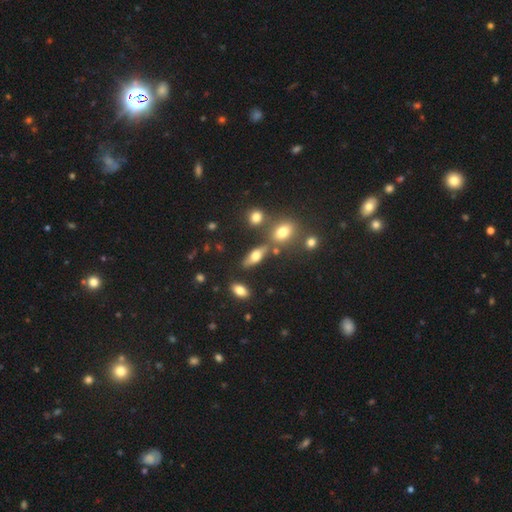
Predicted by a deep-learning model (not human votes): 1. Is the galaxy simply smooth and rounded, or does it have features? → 57% smooth, 32% featured or disk, 11% star or artifact.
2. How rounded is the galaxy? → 65% in between, 27% cigar-shaped, 8% round.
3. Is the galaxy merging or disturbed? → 70% none, 13% minor disturbance, 12% merger, 5% major disturbance.